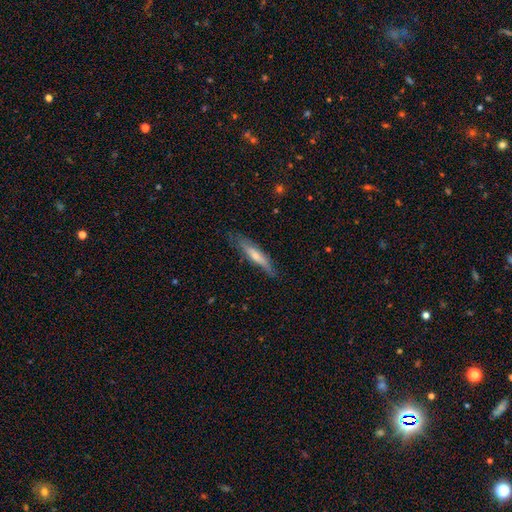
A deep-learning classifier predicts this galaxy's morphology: Smooth or featured? Predicted: smooth (p=0.53). How rounded? Predicted: cigar-shaped (p=0.86). Merging? Predicted: none (p=0.75).